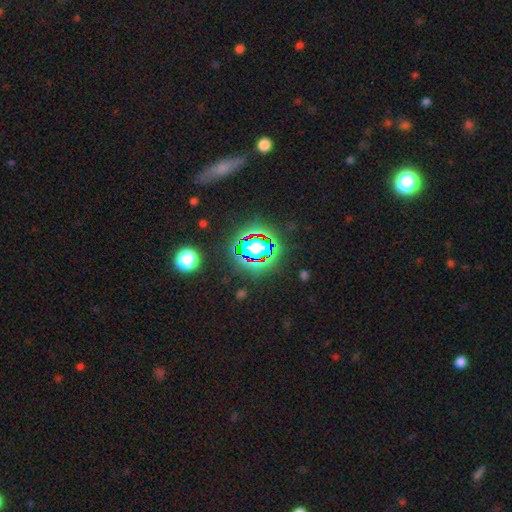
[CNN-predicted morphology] This is likely a star or artifact rather than a galaxy (68%).